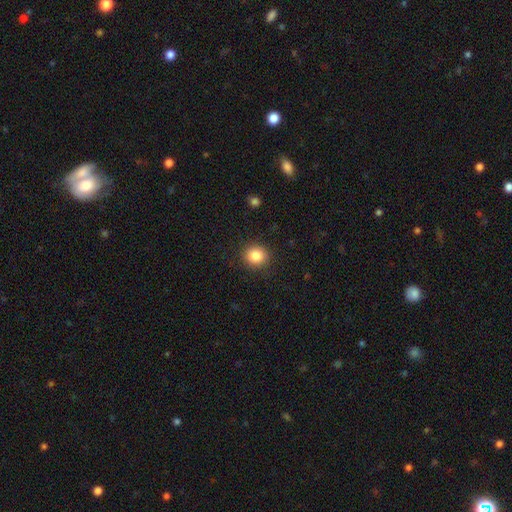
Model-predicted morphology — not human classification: Smooth or featured? Predicted: smooth (p=0.85). How rounded? Predicted: round (p=0.86). Merging? Predicted: none (p=0.90).